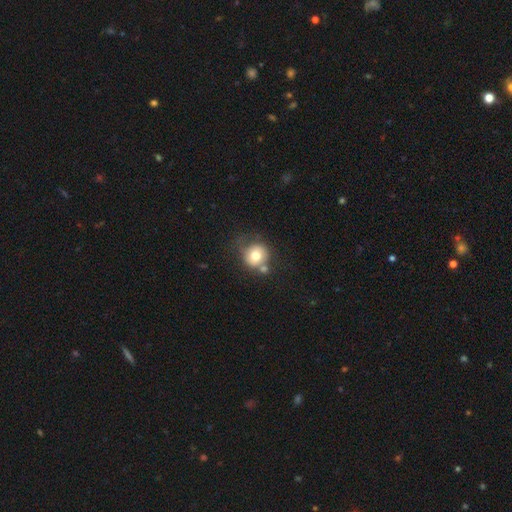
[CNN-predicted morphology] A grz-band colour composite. It shows a smooth galaxy with no disk features (71%) that is round (87%). Merging: none (51%).